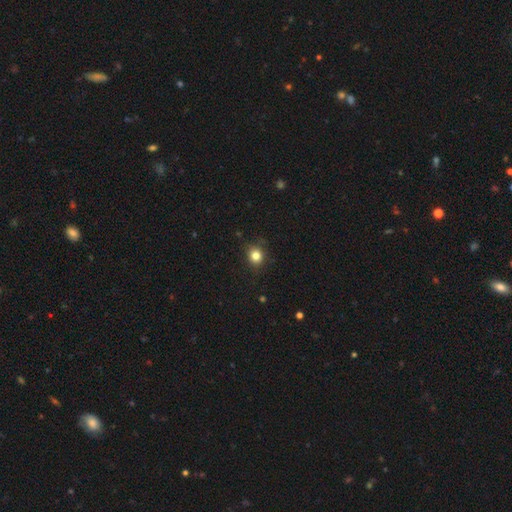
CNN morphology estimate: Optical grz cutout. It shows a smooth galaxy with no disk features (82%) that is round (80%). Merging: none (85%).